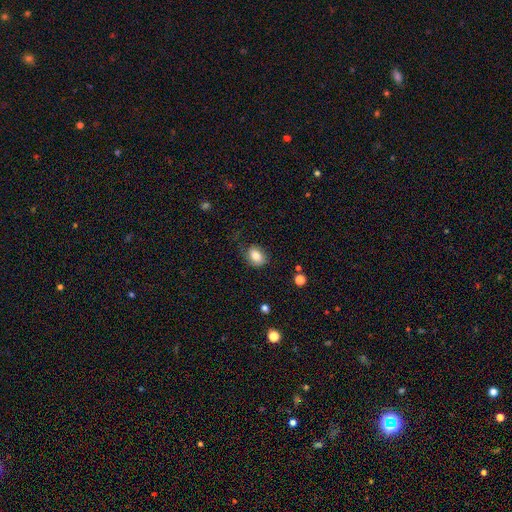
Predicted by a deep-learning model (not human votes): Smooth or featured? Predicted: smooth (p=0.81). How rounded? Predicted: in between (p=0.65). Merging? Predicted: none (p=0.64).